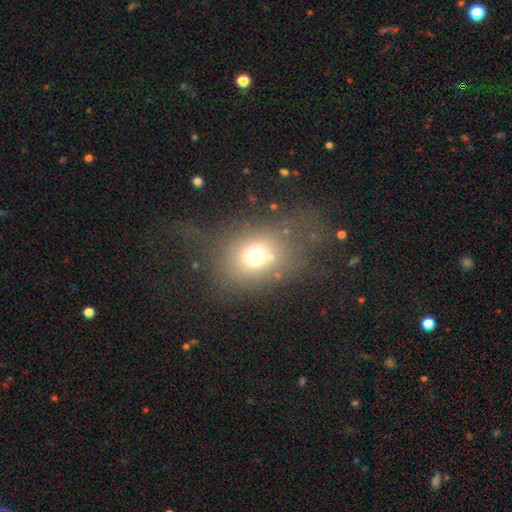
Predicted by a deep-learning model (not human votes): This appears to be a smooth galaxy with no disk features (66%) that is round (55%). Merging: none (57%).